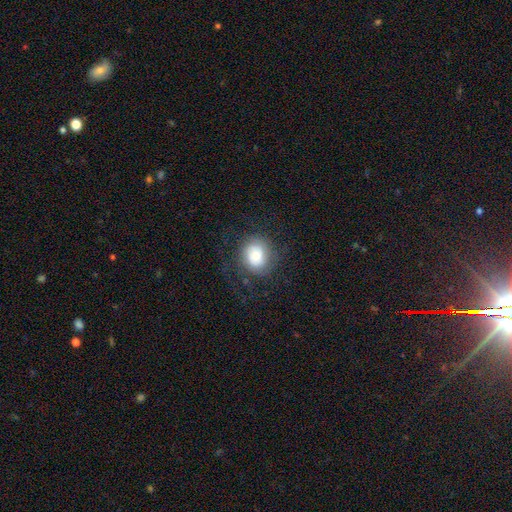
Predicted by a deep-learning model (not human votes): This appears to be a smooth galaxy with no disk features (63%) that is round (68%). Merging: none (65%).